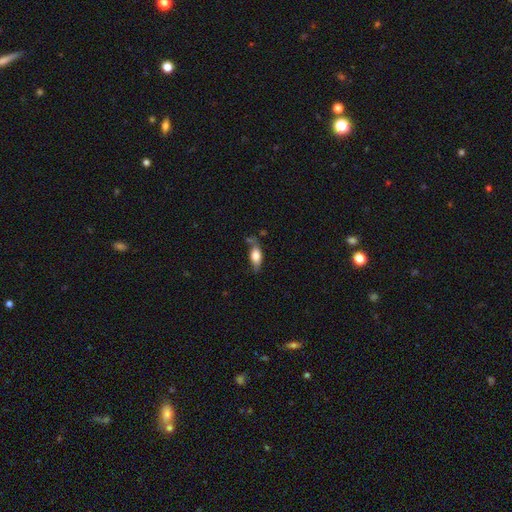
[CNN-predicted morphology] The model was most divided on "merging": none: 54%, minor disturbance: 27%, major disturbance: 10%, merger: 9%. More confident: how rounded — in between (79%); smooth or featured — smooth (70%).